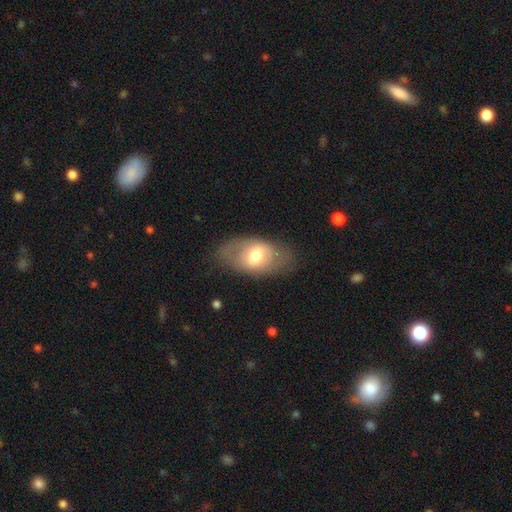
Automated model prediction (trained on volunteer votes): smooth-or-featured: smooth: 53% | featured or disk: 40% | star or artifact: 7%
  how-rounded: in between: 88% | round: 9% | cigar-shaped: 2%
  merging: none: 72% | minor disturbance: 18% | major disturbance: 9% | merger: 1%